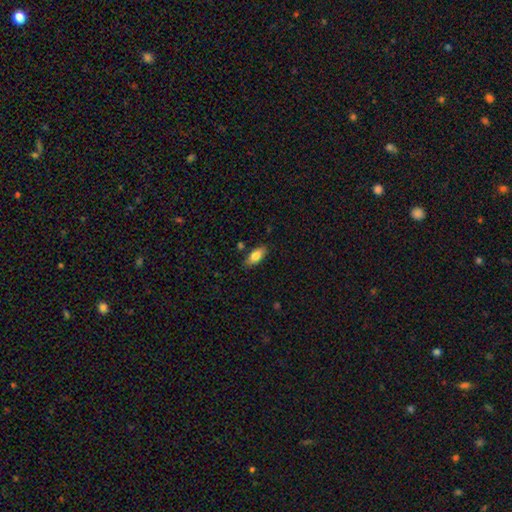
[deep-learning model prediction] Overall: smooth (82%). How rounded: in between (88%). Merging: none (83%).